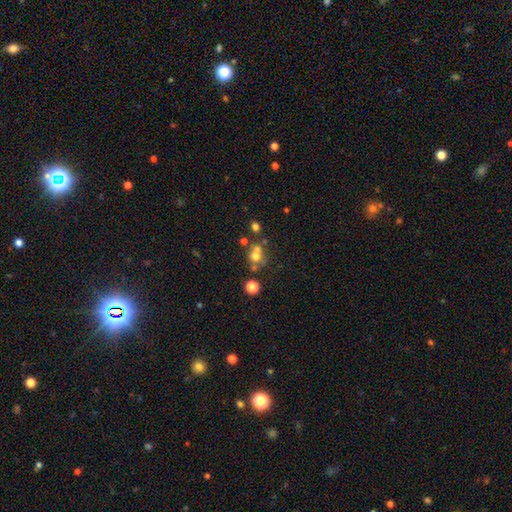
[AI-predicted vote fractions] This appears to be a smooth galaxy with no disk features (61%) that is round (80%). Merging: none (48%).